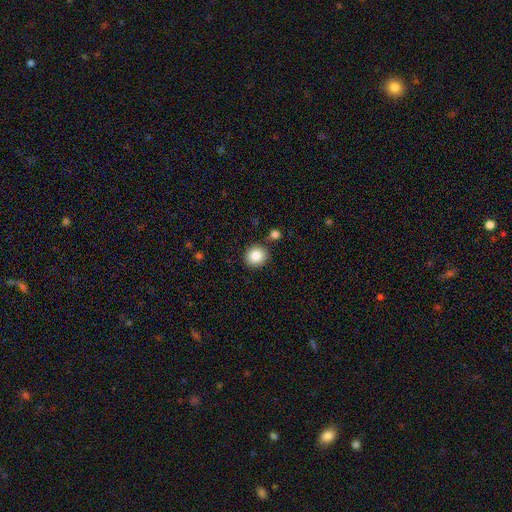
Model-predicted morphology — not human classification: A smooth galaxy with no disk features (86%) that is round (90%). Merging: none (86%).